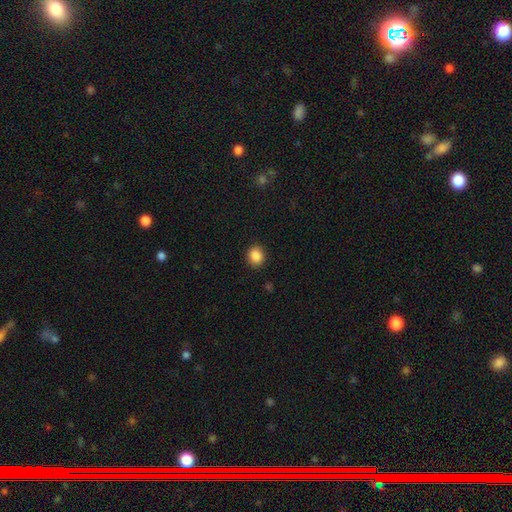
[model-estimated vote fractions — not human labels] This is clearly a smooth galaxy (88%). How rounded: likely round (68%). Merging: clearly none (89%).